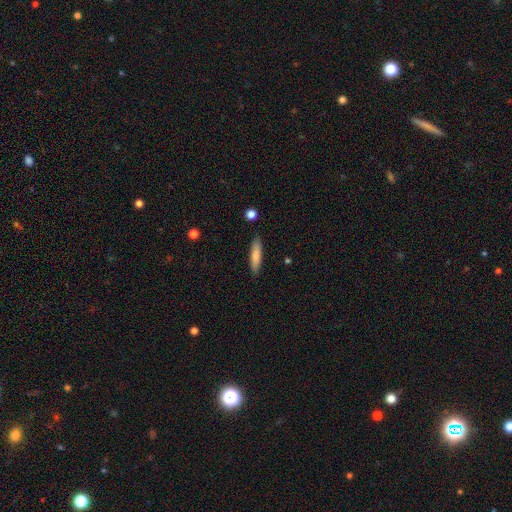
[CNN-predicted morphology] smooth-or-featured: smooth: 79% | featured or disk: 15% | star or artifact: 6%
  how-rounded: cigar-shaped: 77% | in between: 21% | round: 2%
  merging: none: 87% | minor disturbance: 9% | major disturbance: 2% | merger: 2%